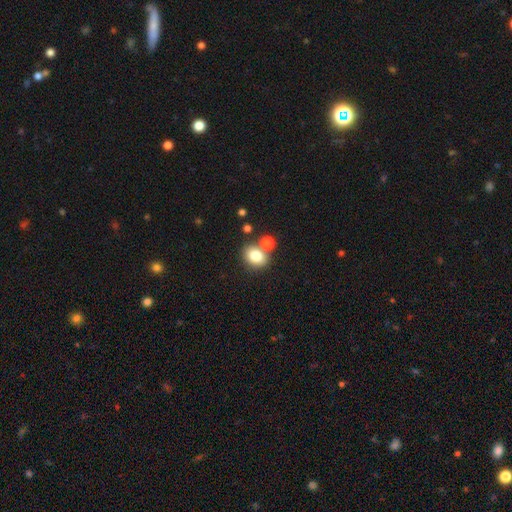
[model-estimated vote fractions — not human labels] Smooth or featured? Predicted: smooth (p=0.80). How rounded? Predicted: round (p=0.55). Merging? Predicted: none (p=0.63).